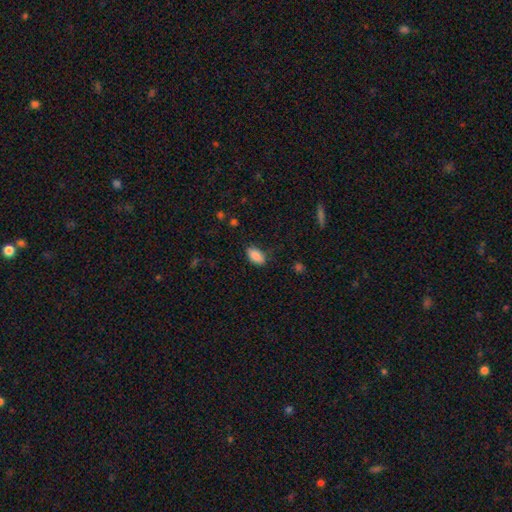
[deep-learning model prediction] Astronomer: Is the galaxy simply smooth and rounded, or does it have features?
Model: smooth — 88%.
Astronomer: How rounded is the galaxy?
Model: in between — 93%.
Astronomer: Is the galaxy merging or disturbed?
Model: none — 79%.